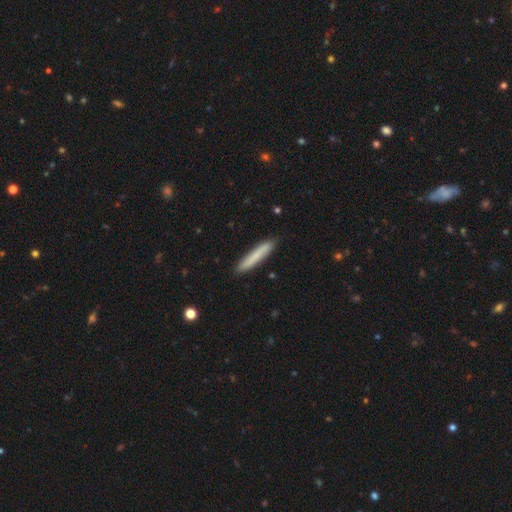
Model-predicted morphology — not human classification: A smooth galaxy with no disk features (78%) that is cigar-shaped (94%).

Vote fractions:
- Smooth or featured? smooth: 78% / featured or disk: 16% / star or artifact: 6%
- How rounded? cigar-shaped: 94% / in between: 5% / round: 1%
- Merging? none: 89% / minor disturbance: 8% / major disturbance: 1% / merger: 1%